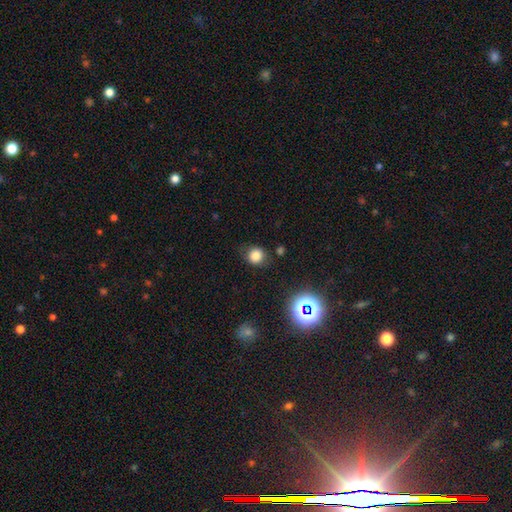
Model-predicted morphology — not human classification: Smooth or featured: smooth — 79% (star or artifact — 16%)
How rounded: round — 86% (in between — 13%)
Merging: none — 78% (minor disturbance — 15%)